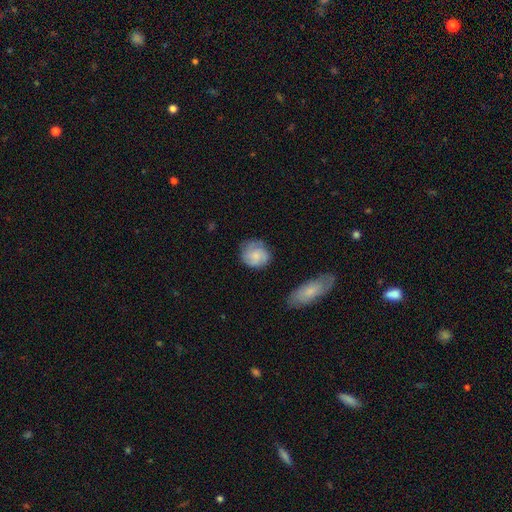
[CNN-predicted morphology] A smooth galaxy with no disk features (57%) that is round (78%). Merging: none (71%).